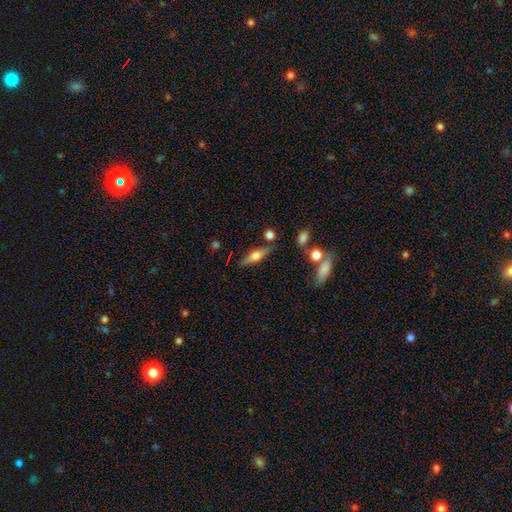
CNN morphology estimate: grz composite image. It shows a featured or disk galaxy (52%) viewed edge-on (92%). Merging: none (79%).